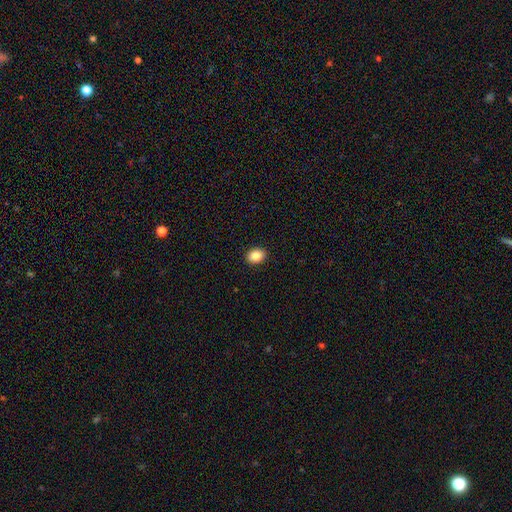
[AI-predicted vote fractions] smooth 88%, star or artifact 8%, featured or disk 3%. Down the decision tree: how rounded — in between (66%); merging — none (91%).